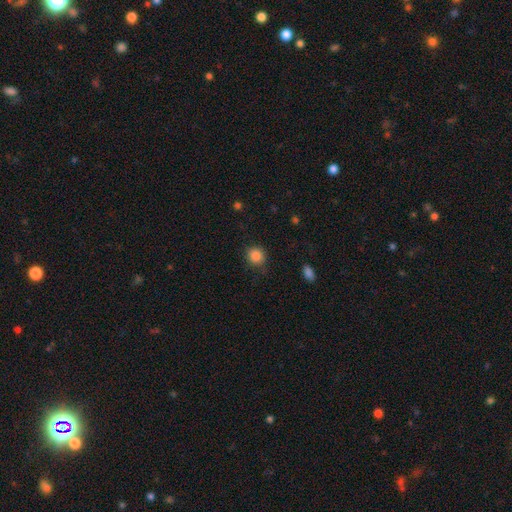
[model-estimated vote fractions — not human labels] Morphology: type=smooth (86%); roundness=round (89%); merging=none (84%).